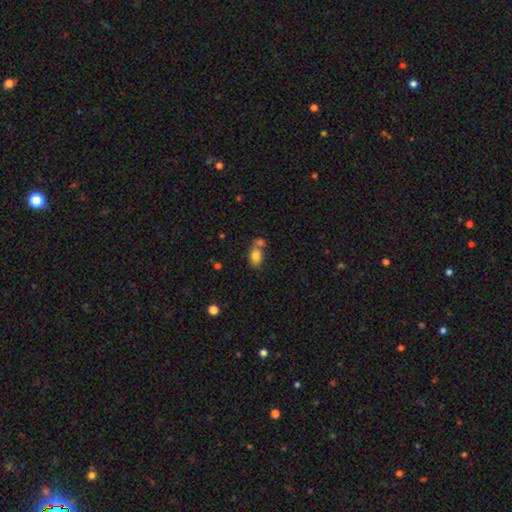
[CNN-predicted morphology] smooth_or_featured: smooth (p=0.81) [alt: star or artifact p=0.10]
how_rounded: in between (p=0.79) [alt: round p=0.19]
merging: none (p=0.46) [alt: merger p=0.39]